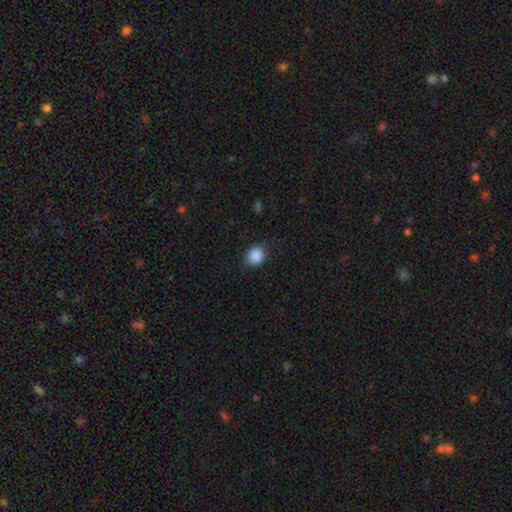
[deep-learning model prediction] Smooth or featured?
  - smooth: 88% *
  - star or artifact: 9%
  - featured or disk: 3%
How rounded?
  - round: 74% *
  - in between: 25%
  - cigar-shaped: 1%
Merging?
  - none: 83% *
  - minor disturbance: 13%
  - major disturbance: 3%
  - merger: 1%